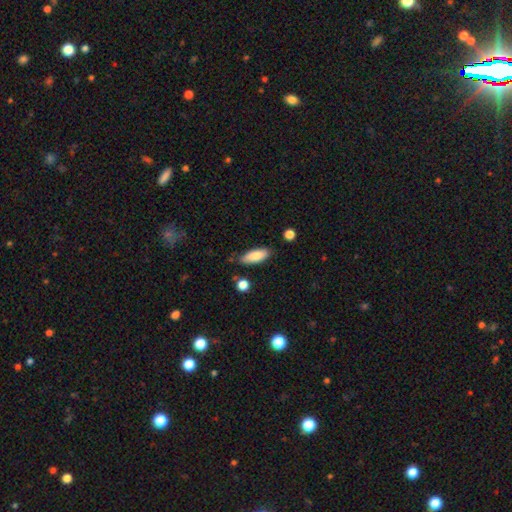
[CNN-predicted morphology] Smooth or featured? Predicted: smooth (p=0.83). How rounded? Predicted: in between (p=0.73). Merging? Predicted: none (p=0.79).